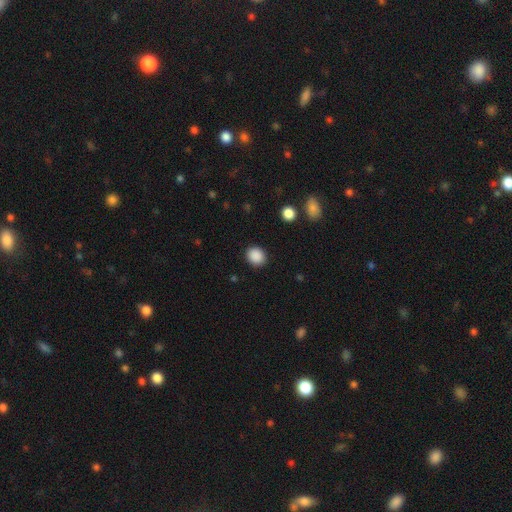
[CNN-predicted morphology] smooth_or_featured: smooth (p=0.88) [alt: star or artifact p=0.09]
how_rounded: round (p=0.73) [alt: in between p=0.26]
merging: none (p=0.90) [alt: minor disturbance p=0.07]